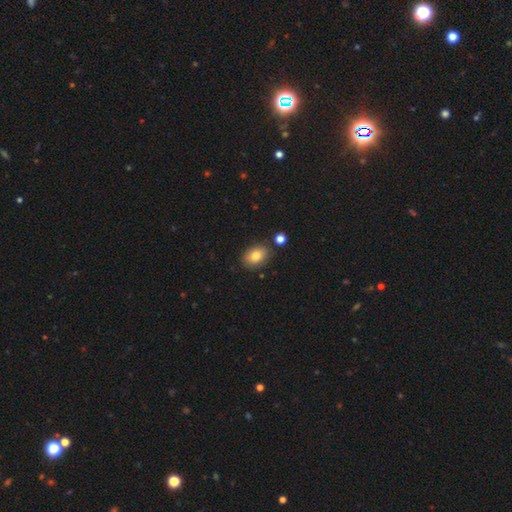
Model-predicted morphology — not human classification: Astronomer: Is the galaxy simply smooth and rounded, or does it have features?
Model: smooth — 83%.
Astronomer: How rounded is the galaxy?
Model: in between — 83%.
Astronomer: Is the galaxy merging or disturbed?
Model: none — 81%.